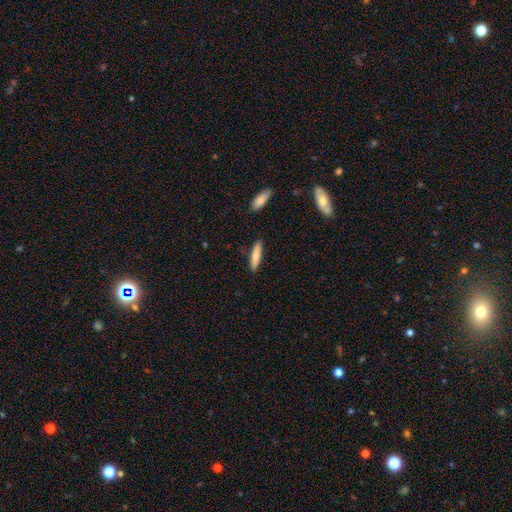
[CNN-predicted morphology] Smooth or featured? smooth (79%)
How rounded? cigar-shaped (83%)
Merging? none (89%)